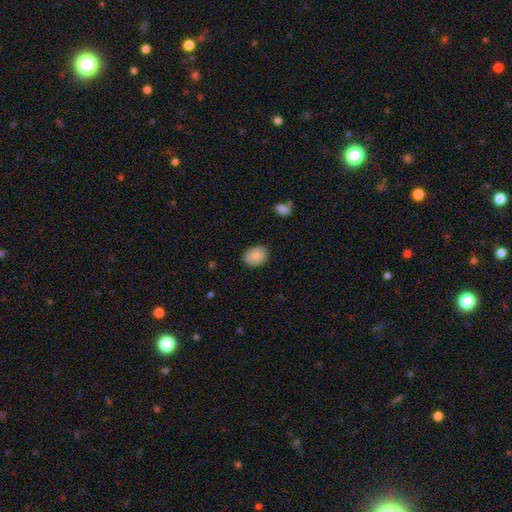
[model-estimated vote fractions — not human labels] smooth 86%, star or artifact 7%, featured or disk 7%. Down the decision tree: how rounded — in between (60%); merging — none (84%).